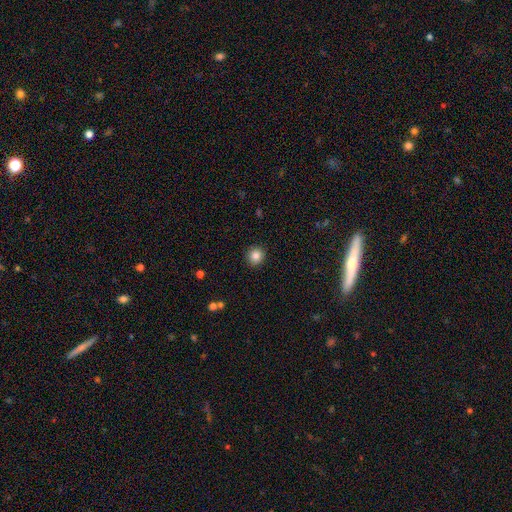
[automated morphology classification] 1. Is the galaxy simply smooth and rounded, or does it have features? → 85% smooth, 10% star or artifact, 5% featured or disk.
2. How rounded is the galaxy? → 92% round, 7% in between, 1% cigar-shaped.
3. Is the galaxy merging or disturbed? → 92% none, 5% minor disturbance, 2% major disturbance, 1% merger.